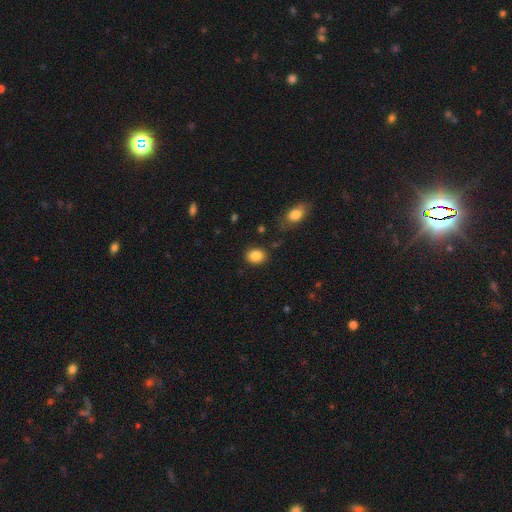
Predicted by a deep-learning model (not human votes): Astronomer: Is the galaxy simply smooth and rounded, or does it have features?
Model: smooth — 87%.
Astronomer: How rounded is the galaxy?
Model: round — 50% (runner-up: in between, 49%).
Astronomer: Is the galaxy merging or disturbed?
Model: none — 84%.